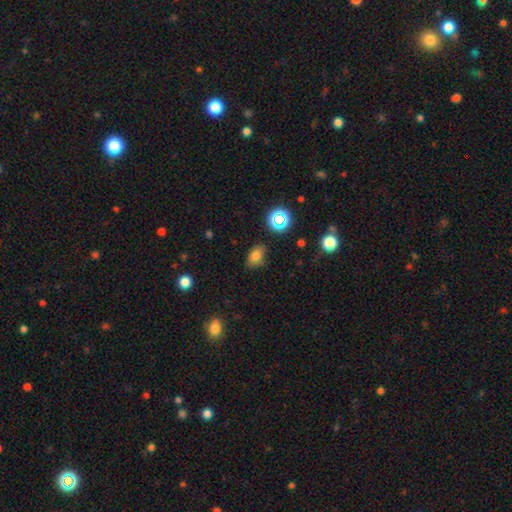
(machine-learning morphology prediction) A smooth galaxy with no disk features (73%) that is in between round and cigar-shaped (79%). Merging: none (78%).